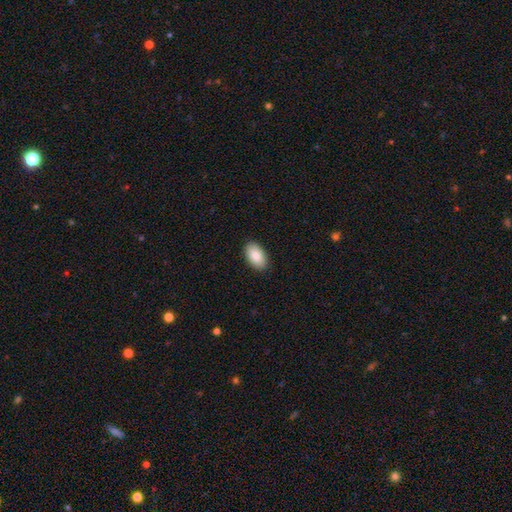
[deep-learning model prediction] Smooth or featured: smooth — 87% (featured or disk — 6%)
How rounded: in between — 95% (round — 4%)
Merging: none — 90% (minor disturbance — 7%)